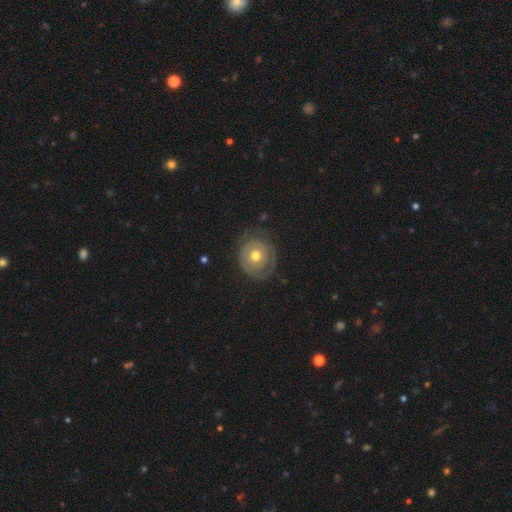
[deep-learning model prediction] Q: Smooth or featured?
A: featured or disk (56%); runner-up: smooth (37%)
Q: Edge-on disk?
A: no (96%); runner-up: yes (4%)
Q: Bar?
A: no (88%); runner-up: weak (9%)
Q: Spiral arms?
A: no (51%); runner-up: yes (49%)
Q: Bulge size?
A: moderate (77%); runner-up: small (14%)
Q: Merging?
A: none (68%); runner-up: minor disturbance (20%)